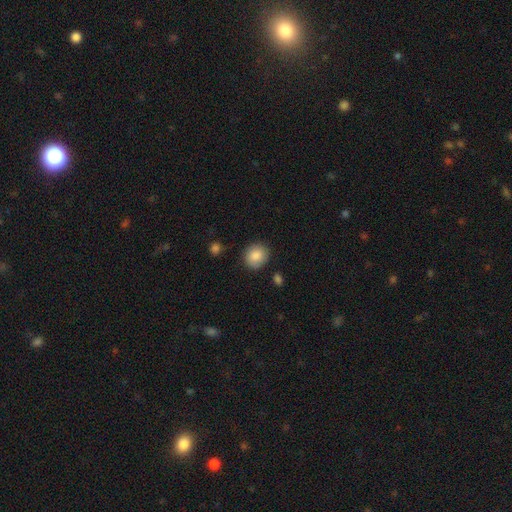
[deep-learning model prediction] A smooth galaxy with no disk features (86%) that is round (74%). Merging: none (82%).